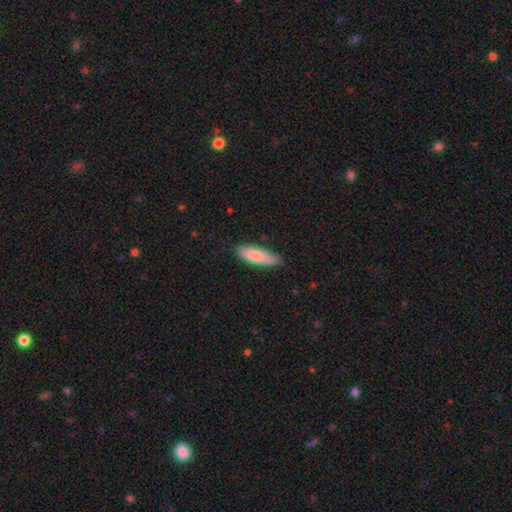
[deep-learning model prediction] The model was most divided on "how rounded": in between: 55%, cigar-shaped: 43%, round: 2%. More confident: smooth or featured — smooth (80%); merging — none (78%).